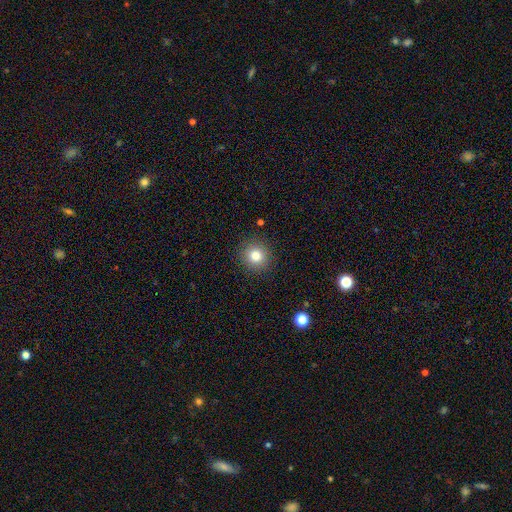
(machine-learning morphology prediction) smooth-or-featured: smooth: 82% | star or artifact: 11% | featured or disk: 7%
  how-rounded: round: 91% | in between: 8% | cigar-shaped: 1%
  merging: none: 90% | minor disturbance: 7% | major disturbance: 2% | merger: 1%